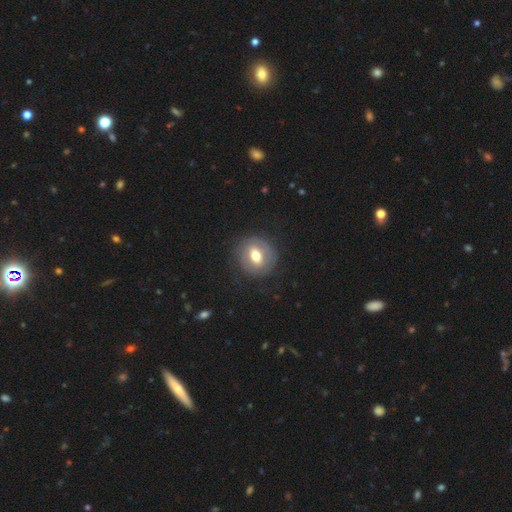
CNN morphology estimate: smooth 51%, featured or disk 42%, star or artifact 8%. Down the decision tree: how rounded — round (73%); merging — none (81%).